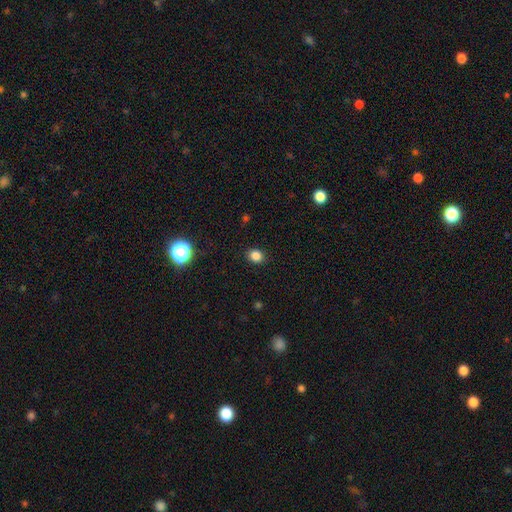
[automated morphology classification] Smooth or featured? Predicted: smooth (p=0.84). How rounded? Predicted: round (p=0.61). Merging? Predicted: none (p=0.90).